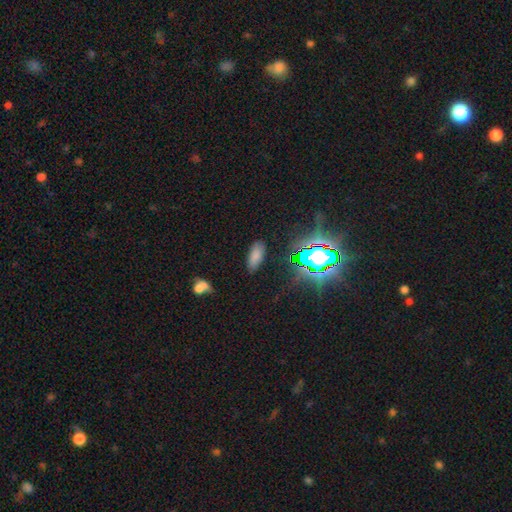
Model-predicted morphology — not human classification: type=smooth (74%); roundness=in between (86%); merging=none (82%).